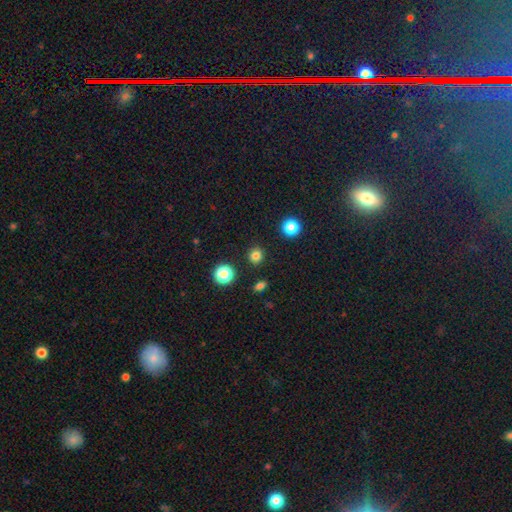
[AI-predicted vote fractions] Smooth or featured?
  - smooth: 79% *
  - star or artifact: 16%
  - featured or disk: 5%
How rounded?
  - round: 91% *
  - in between: 8%
  - cigar-shaped: 1%
Merging?
  - none: 90% *
  - minor disturbance: 6%
  - major disturbance: 2%
  - merger: 2%